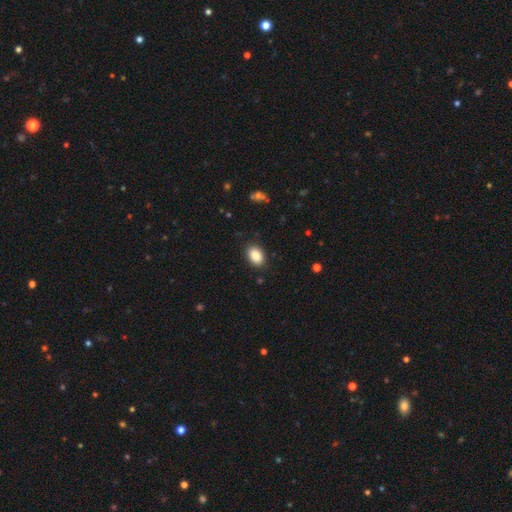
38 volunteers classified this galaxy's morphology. Volunteers were most divided on "how rounded": in between: 91%, round: 9%, cigar-shaped: 0%. More confident: smooth or featured — smooth (92%); merging — none (92%).